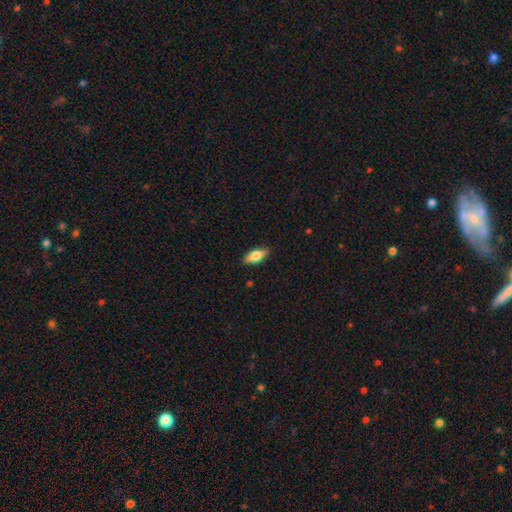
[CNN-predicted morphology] smooth-or-featured: smooth: 73% | featured or disk: 21% | star or artifact: 6%
  how-rounded: in between: 82% | cigar-shaped: 15% | round: 3%
  merging: none: 87% | minor disturbance: 10% | major disturbance: 2% | merger: 1%